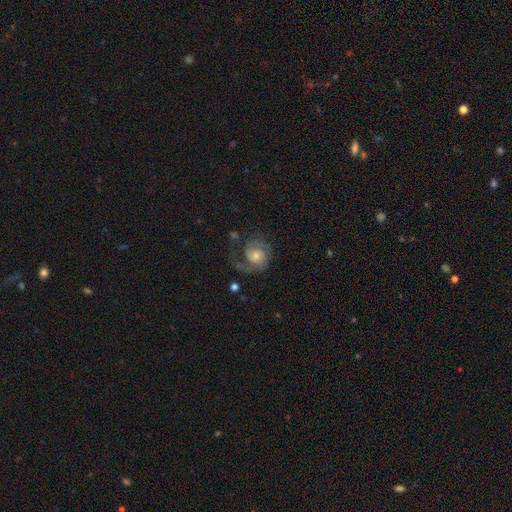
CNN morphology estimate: The model was most divided on "spiral winding": medium: 45%, tight: 33%, loose: 22%. More confident: edge-on disk — no (98%); spiral arms — yes (94%); smooth or featured — featured or disk (75%); bar — no (67%); merging — none (57%); spiral arm count — 2 (52%); bulge size — moderate (50%).